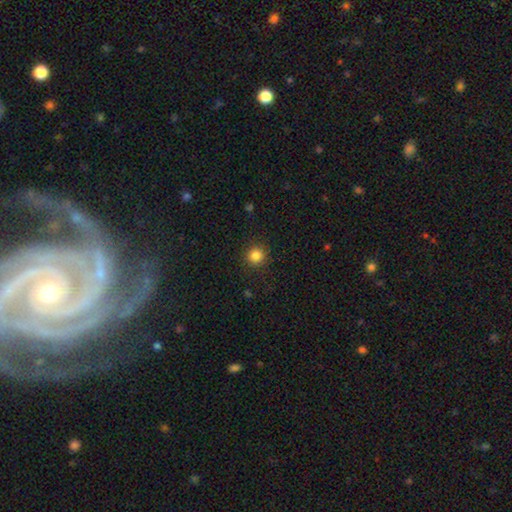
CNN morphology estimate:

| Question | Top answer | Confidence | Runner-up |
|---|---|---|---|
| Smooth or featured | smooth | 85% | star or artifact (11%) |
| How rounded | round | 93% | in between (6%) |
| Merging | none | 89% | minor disturbance (7%) |